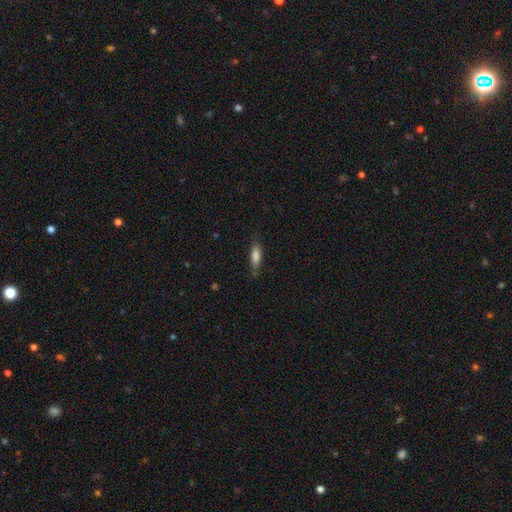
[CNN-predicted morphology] Smooth or featured? smooth (82%)
How rounded? in between (56%)
Merging? none (75%)